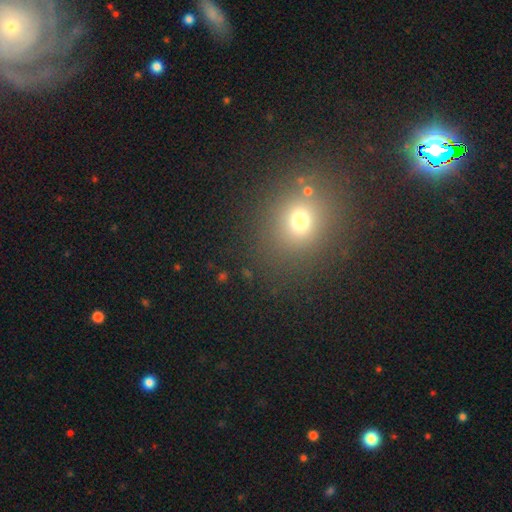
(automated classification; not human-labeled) Morphology: type=smooth (50%); roundness=round (77%); merging=none (82%).